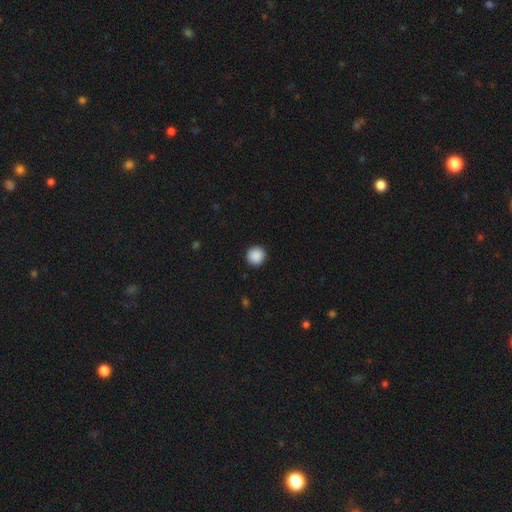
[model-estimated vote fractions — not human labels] Q: Smooth or featured?
A: smooth (89%); runner-up: star or artifact (8%)
Q: How rounded?
A: round (96%); runner-up: in between (4%)
Q: Merging?
A: none (93%); runner-up: minor disturbance (5%)